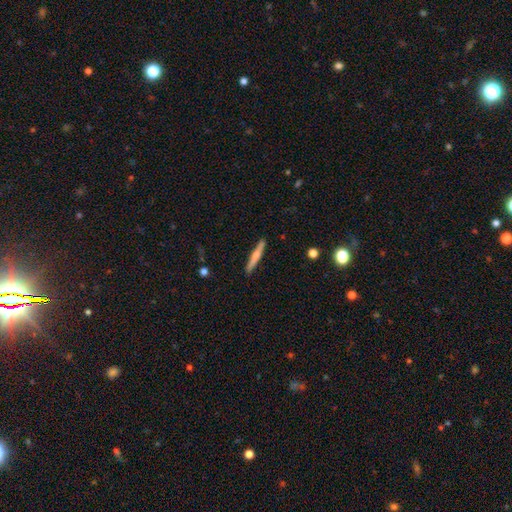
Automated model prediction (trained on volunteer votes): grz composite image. It shows a smooth galaxy with no disk features (49%). Merging: none (90%).